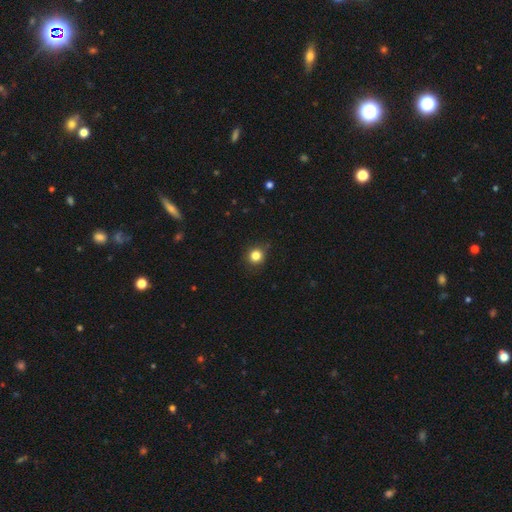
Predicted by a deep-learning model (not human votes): A smooth galaxy with no disk features (83%) that is round (89%). Merging: none (86%).